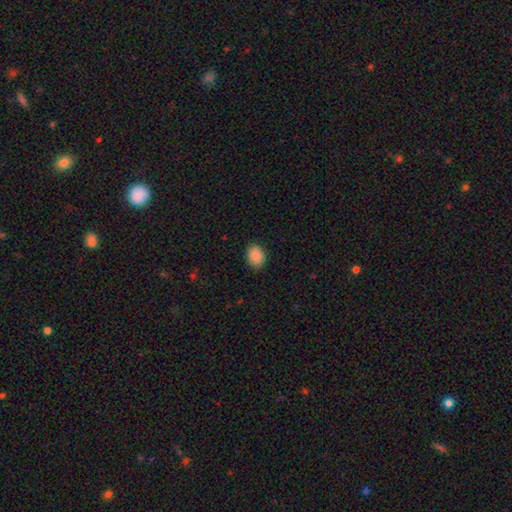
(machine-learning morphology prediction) This is clearly a smooth galaxy (89%). How rounded: likely in between (64%). Merging: clearly none (86%).